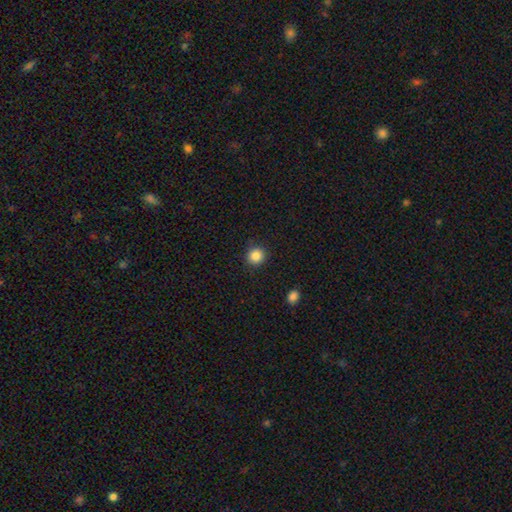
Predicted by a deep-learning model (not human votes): Overall: smooth (86%). How rounded: round (93%). Merging: none (90%).